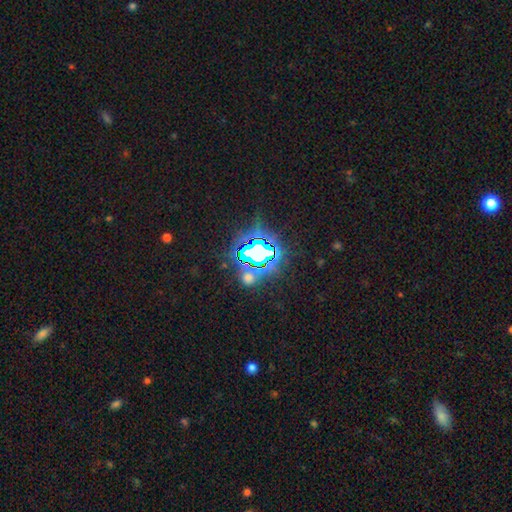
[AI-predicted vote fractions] A star or artifact, not a galaxy (80%).